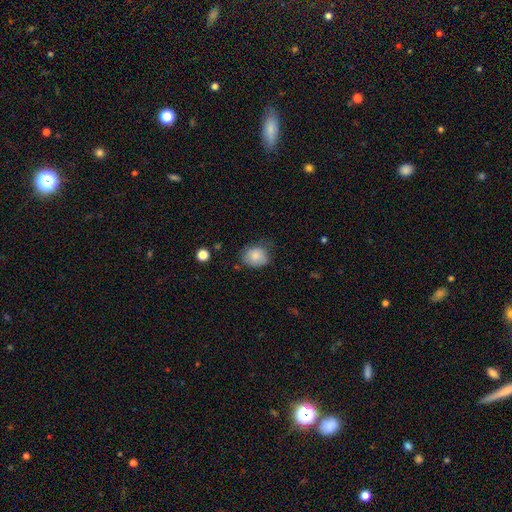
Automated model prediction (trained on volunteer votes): This appears to be a smooth galaxy with no disk features (83%) that is round (57%). Merging: none (62%).